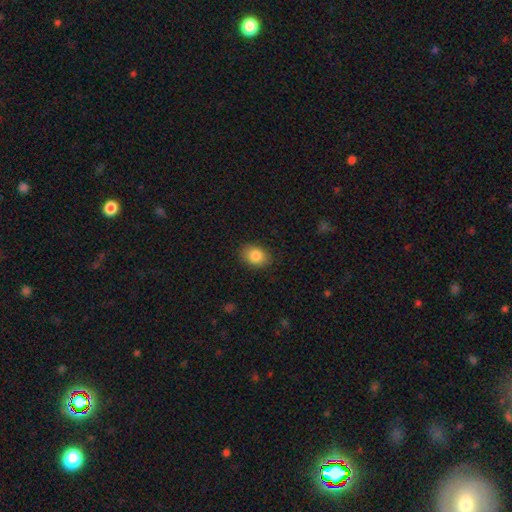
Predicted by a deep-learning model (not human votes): This appears to be a smooth galaxy with no disk features (85%) that is in between round and cigar-shaped (69%). Merging: none (86%).